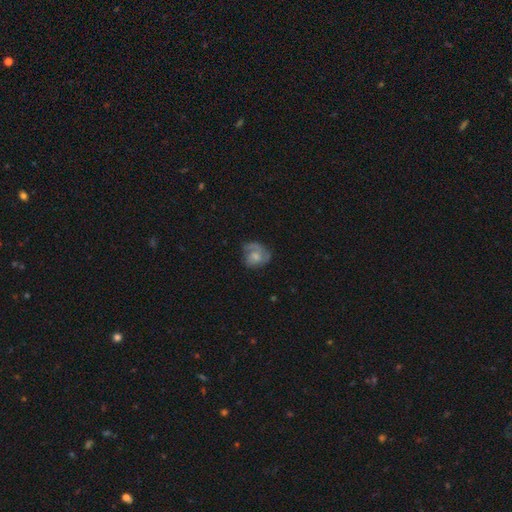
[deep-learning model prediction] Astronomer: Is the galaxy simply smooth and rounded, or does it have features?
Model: smooth — 47% (runner-up: featured or disk, 45%).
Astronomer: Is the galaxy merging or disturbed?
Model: none — 52% (runner-up: minor disturbance, 27%).